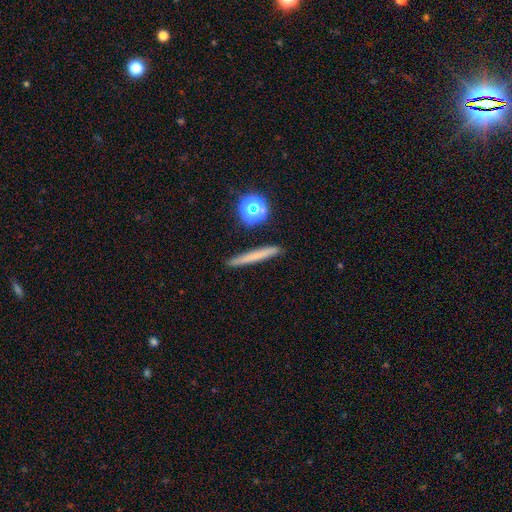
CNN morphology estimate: This is likely a smooth galaxy (61%). How rounded: clearly cigar-shaped (93%). Merging: clearly none (91%).